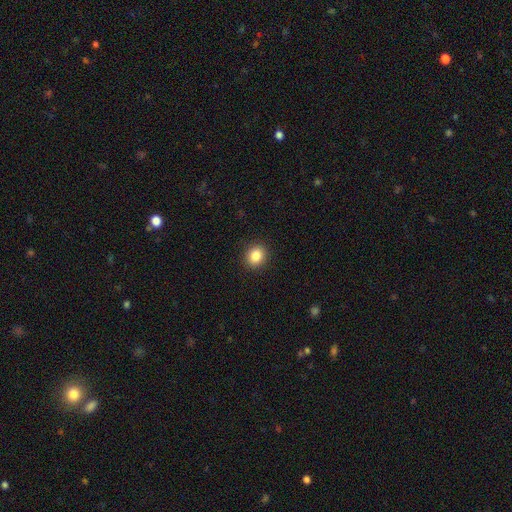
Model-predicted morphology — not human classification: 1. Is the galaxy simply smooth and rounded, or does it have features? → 86% smooth, 10% star or artifact, 5% featured or disk.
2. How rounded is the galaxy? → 75% round, 24% in between, 1% cigar-shaped.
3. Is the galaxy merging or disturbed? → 91% none, 6% minor disturbance, 2% major disturbance, 1% merger.